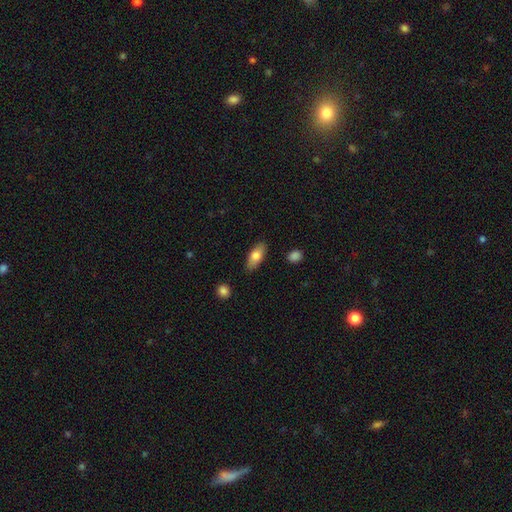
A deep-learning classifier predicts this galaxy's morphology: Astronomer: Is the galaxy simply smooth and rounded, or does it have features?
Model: smooth — 75%.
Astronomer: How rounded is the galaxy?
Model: in between — 82%.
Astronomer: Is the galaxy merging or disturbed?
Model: none — 86%.